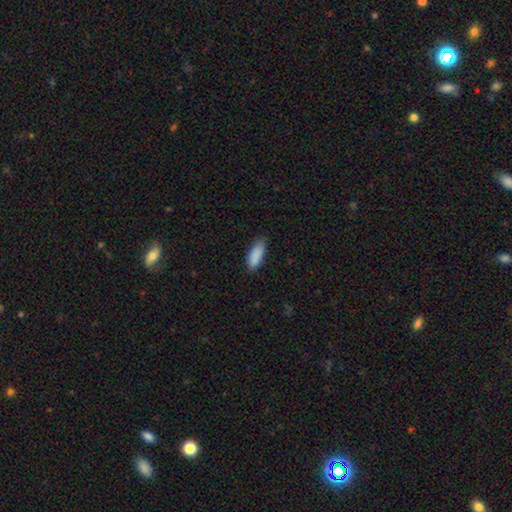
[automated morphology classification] Smooth or featured: smooth — 89% (star or artifact — 6%)
How rounded: in between — 72% (cigar-shaped — 26%)
Merging: none — 71% (minor disturbance — 24%)